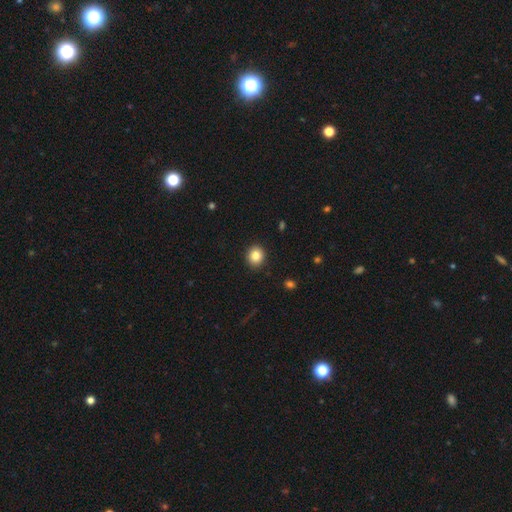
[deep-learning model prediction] smooth-or-featured: smooth: 85% | star or artifact: 10% | featured or disk: 6%
  how-rounded: round: 79% | in between: 20% | cigar-shaped: 1%
  merging: none: 91% | minor disturbance: 6% | major disturbance: 2% | merger: 1%